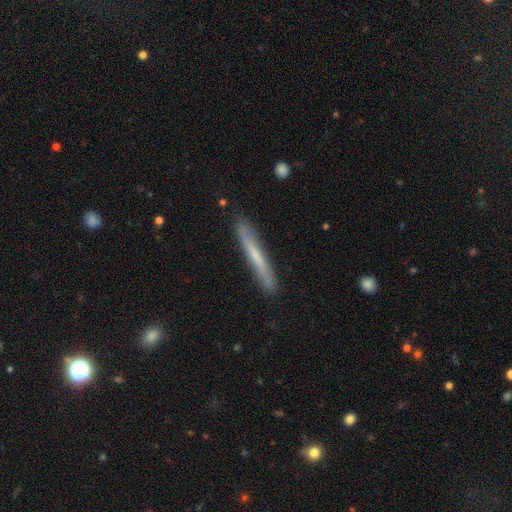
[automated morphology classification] A smooth galaxy with no disk features (53%) that is cigar-shaped (96%). Merging: none (85%).